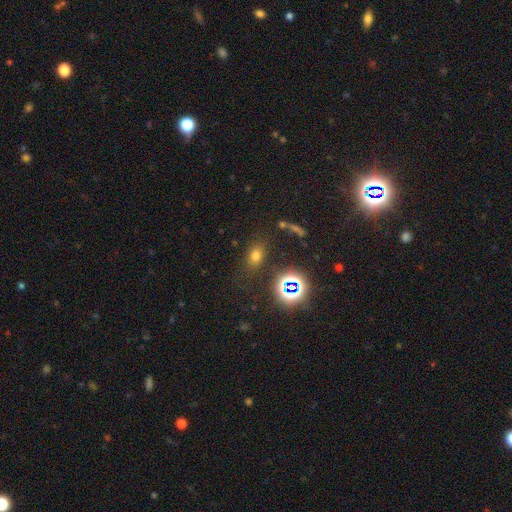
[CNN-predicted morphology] Smooth or featured: smooth — 66% (star or artifact — 25%)
How rounded: in between — 73% (round — 23%)
Merging: none — 79% (minor disturbance — 12%)